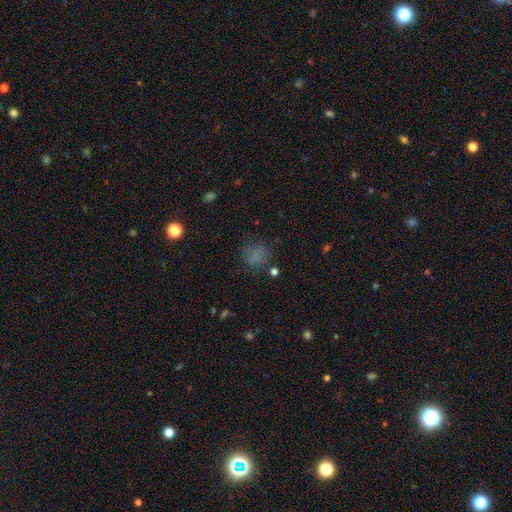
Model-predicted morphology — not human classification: This is likely a smooth galaxy (72%). How rounded: likely round (78%). Merging: likely none (73%).